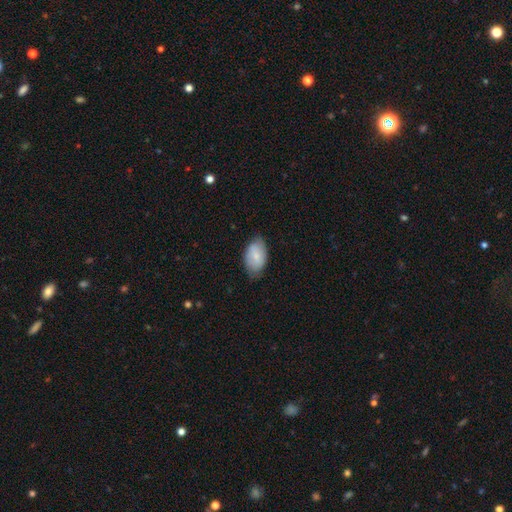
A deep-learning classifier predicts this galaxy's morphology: This appears to be a smooth galaxy with no disk features (74%) that is in between round and cigar-shaped (92%). Merging: none (72%).